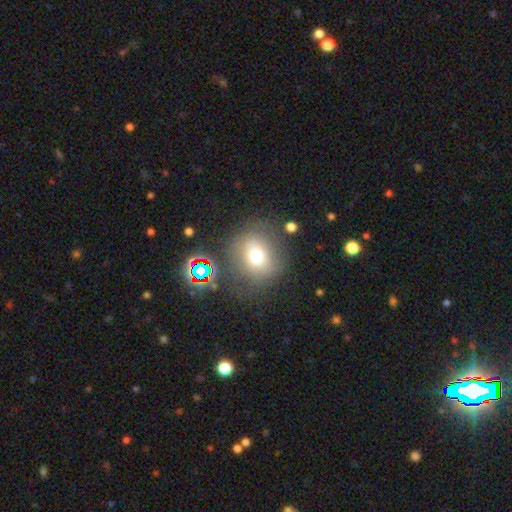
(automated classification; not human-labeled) smooth-or-featured: smooth: 62% | featured or disk: 21% | star or artifact: 17%
  how-rounded: round: 67% | in between: 31% | cigar-shaped: 1%
  merging: none: 64% | minor disturbance: 19% | major disturbance: 11% | merger: 6%